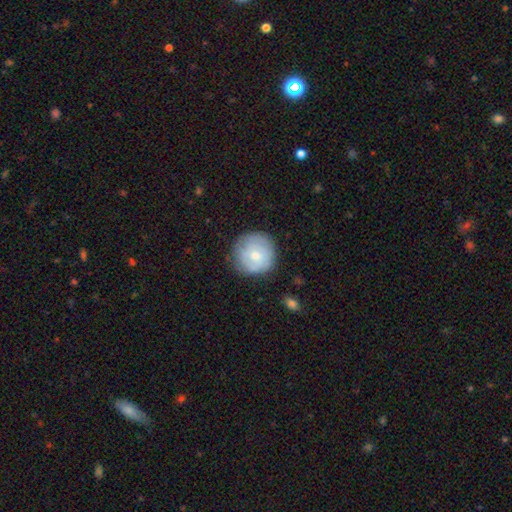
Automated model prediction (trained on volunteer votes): A smooth galaxy with no disk features (68%) that is round (94%).

Vote fractions:
- Smooth or featured? smooth: 68% / featured or disk: 25% / star or artifact: 7%
- How rounded? round: 94% / in between: 5% / cigar-shaped: 1%
- Merging? none: 80% / minor disturbance: 15% / major disturbance: 4% / merger: 1%